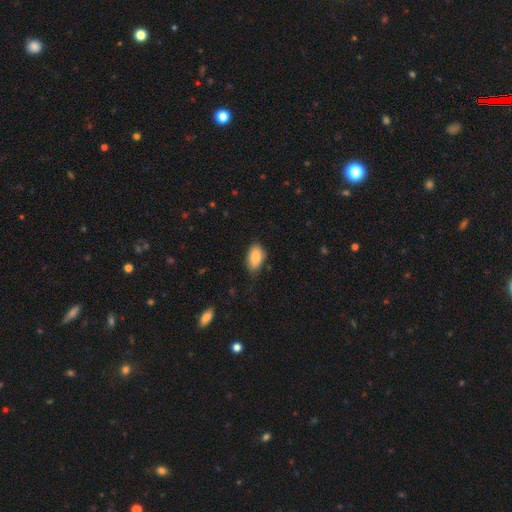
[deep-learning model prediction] Smooth or featured? smooth (85%)
How rounded? in between (92%)
Merging? none (72%)